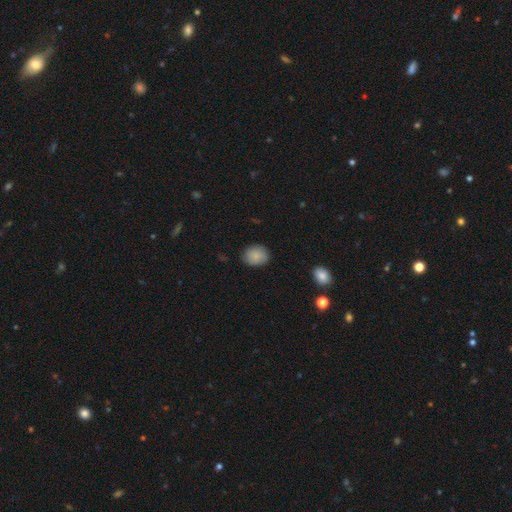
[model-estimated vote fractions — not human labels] smooth-or-featured: smooth: 86% | star or artifact: 7% | featured or disk: 7%
  how-rounded: round: 59% | in between: 40% | cigar-shaped: 1%
  merging: none: 82% | minor disturbance: 14% | major disturbance: 3% | merger: 1%